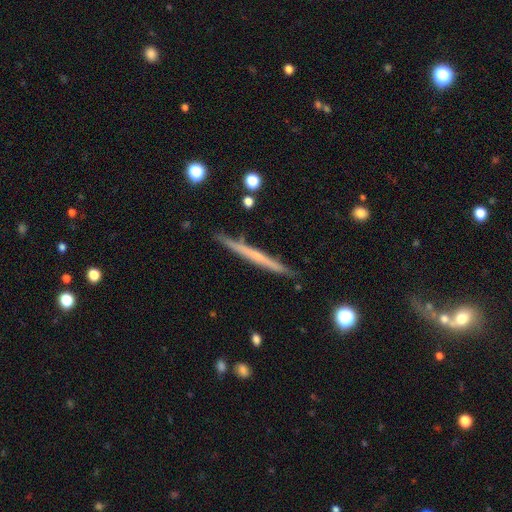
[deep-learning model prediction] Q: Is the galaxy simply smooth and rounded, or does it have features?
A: featured or disk — 57%.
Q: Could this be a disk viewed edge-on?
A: yes — 97%.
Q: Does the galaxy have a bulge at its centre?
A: none — 77%.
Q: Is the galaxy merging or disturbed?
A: none — 89%.